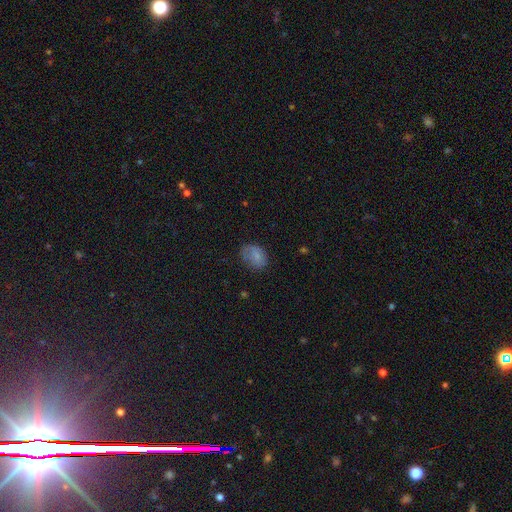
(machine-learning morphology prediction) A smooth galaxy with no disk features (78%) that is in between round and cigar-shaped (74%).

Vote fractions:
- Smooth or featured? smooth: 78% / featured or disk: 13% / star or artifact: 9%
- How rounded? in between: 74% / round: 25% / cigar-shaped: 1%
- Merging? none: 61% / minor disturbance: 27% / major disturbance: 11% / merger: 2%